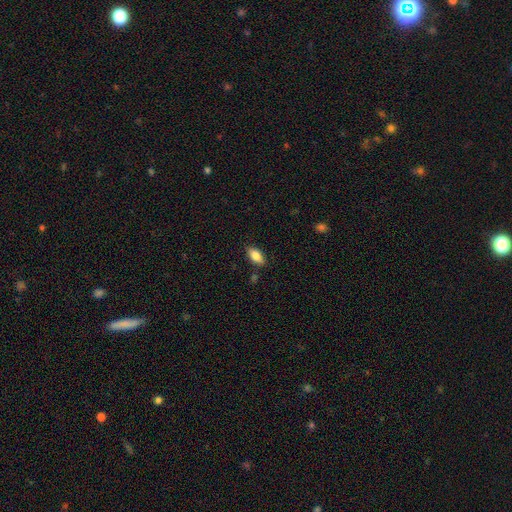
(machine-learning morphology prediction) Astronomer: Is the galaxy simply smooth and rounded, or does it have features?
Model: smooth — 83%.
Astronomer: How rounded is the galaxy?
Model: in between — 90%.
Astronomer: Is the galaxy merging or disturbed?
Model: none — 85%.